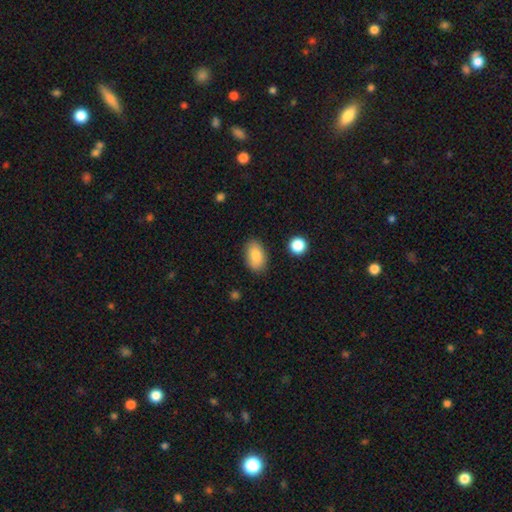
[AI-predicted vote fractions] This is clearly a smooth galaxy (84%). How rounded: clearly in between (91%). Merging: clearly none (85%).